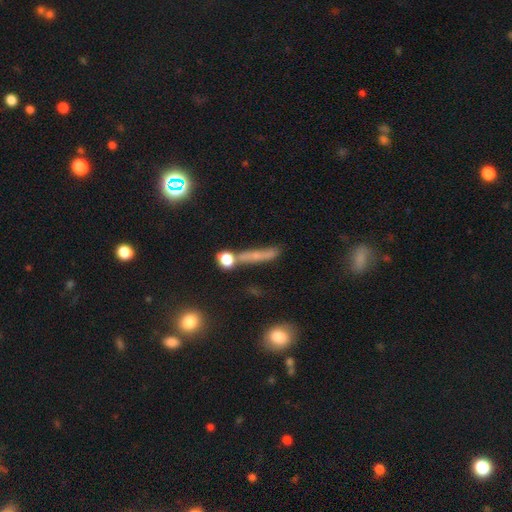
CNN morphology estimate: smooth_or_featured: smooth (p=0.49) [alt: featured or disk p=0.34]
merging: none (p=0.61) [alt: minor disturbance p=0.17]